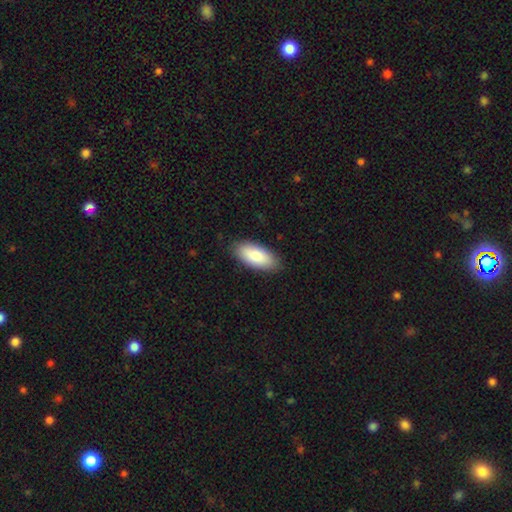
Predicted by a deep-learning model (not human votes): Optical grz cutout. It shows a smooth galaxy with no disk features (83%) that is in between round and cigar-shaped (89%). Merging: none (86%).